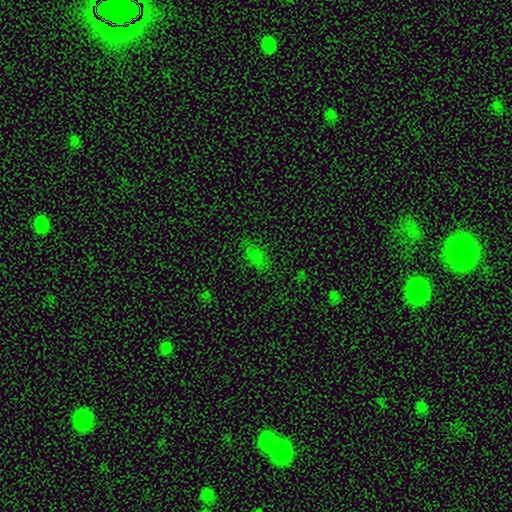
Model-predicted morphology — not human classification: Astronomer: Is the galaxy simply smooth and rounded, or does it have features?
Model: smooth — 67%.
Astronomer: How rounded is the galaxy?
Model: in between — 85%.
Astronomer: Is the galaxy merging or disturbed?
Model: none — 78%.